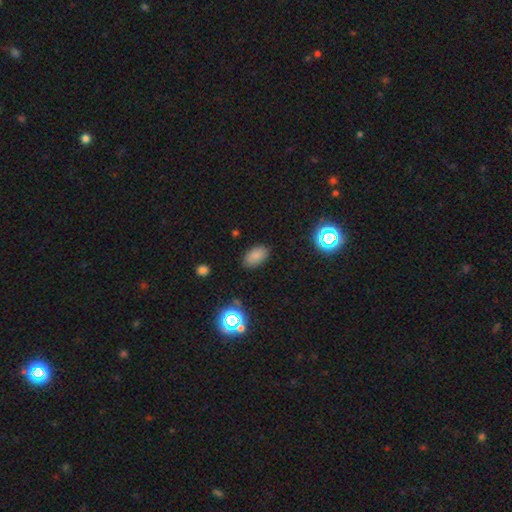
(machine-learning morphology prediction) The model was most divided on "smooth or featured": smooth: 78%, star or artifact: 15%, featured or disk: 6%. More confident: how rounded — in between (92%); merging — none (85%).